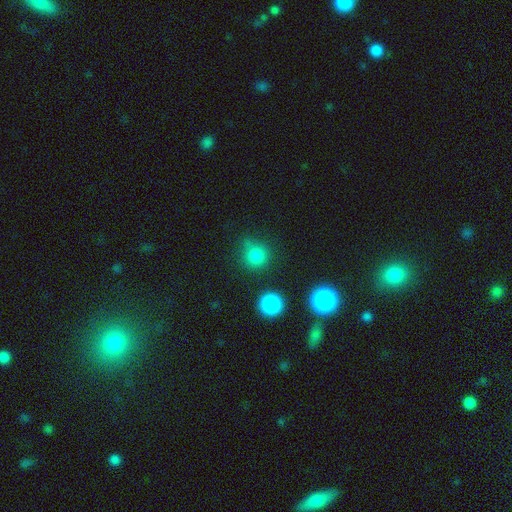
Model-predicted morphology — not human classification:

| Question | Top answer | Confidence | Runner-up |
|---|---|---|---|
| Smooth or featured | smooth | 79% | star or artifact (16%) |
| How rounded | round | 91% | in between (8%) |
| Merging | none | 75% | minor disturbance (14%) |